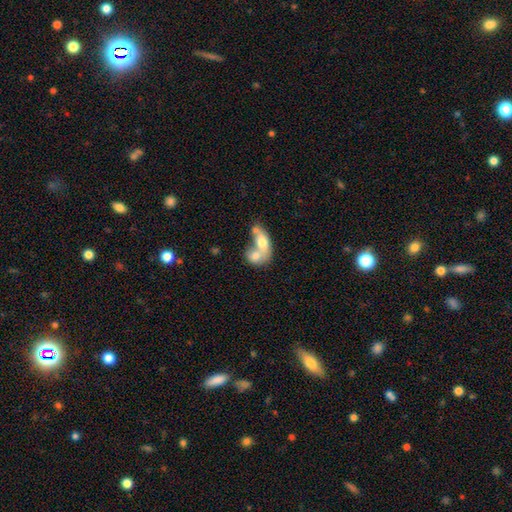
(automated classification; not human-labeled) This appears to be a smooth galaxy with no disk features (66%) that is in between round and cigar-shaped (73%). Merging: merger (79%).